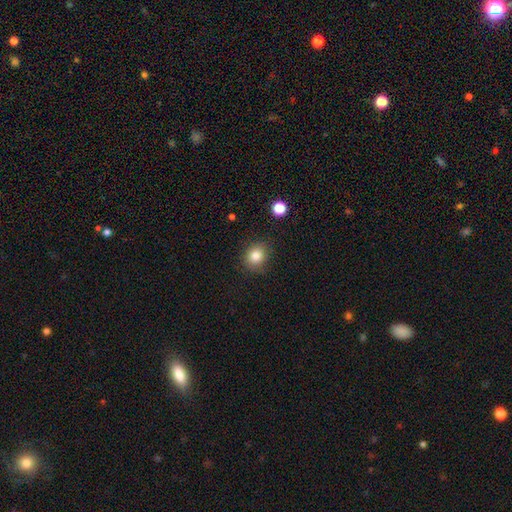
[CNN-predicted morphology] Smooth or featured: smooth — 83% (star or artifact — 11%)
How rounded: round — 72% (in between — 27%)
Merging: none — 83% (minor disturbance — 13%)